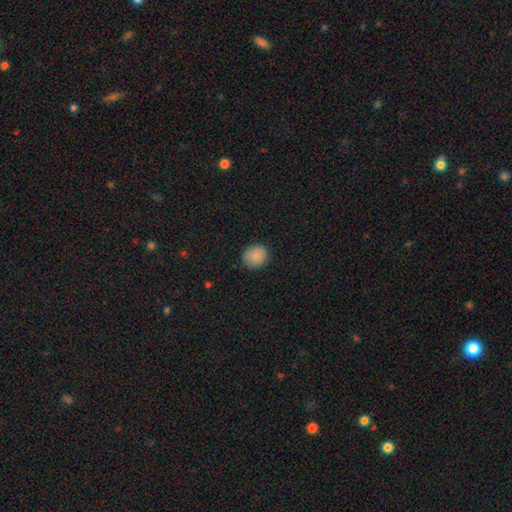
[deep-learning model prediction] smooth-or-featured: smooth: 87% | star or artifact: 8% | featured or disk: 4%
  how-rounded: round: 75% | in between: 24% | cigar-shaped: 1%
  merging: none: 87% | minor disturbance: 10% | major disturbance: 2% | merger: 1%